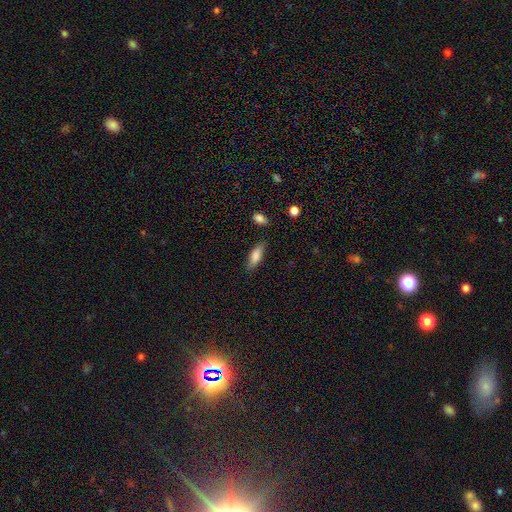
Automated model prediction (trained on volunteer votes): This is likely a smooth galaxy (79%). How rounded: possibly in between (59%). Merging: clearly none (81%).